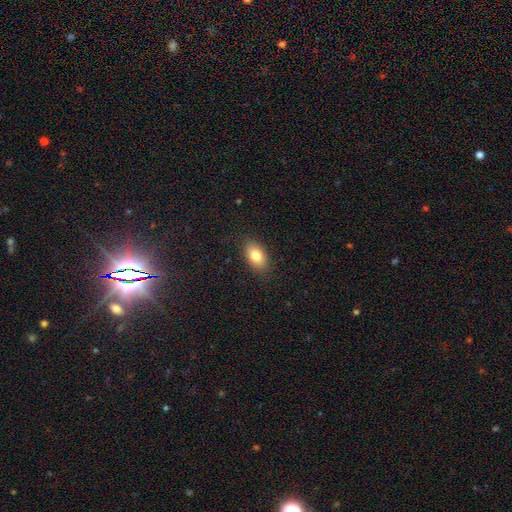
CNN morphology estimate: The model was most divided on "smooth or featured": smooth: 80%, featured or disk: 11%, star or artifact: 8%. More confident: how rounded — in between (88%); merging — none (86%).